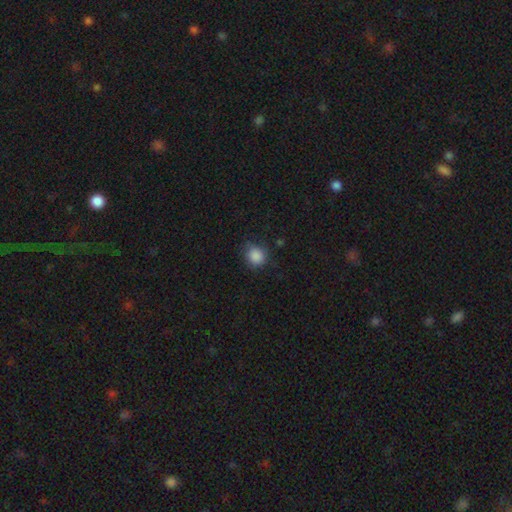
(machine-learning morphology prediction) Q: Smooth or featured?
A: smooth (87%); runner-up: star or artifact (9%)
Q: How rounded?
A: round (84%); runner-up: in between (15%)
Q: Merging?
A: none (78%); runner-up: minor disturbance (16%)